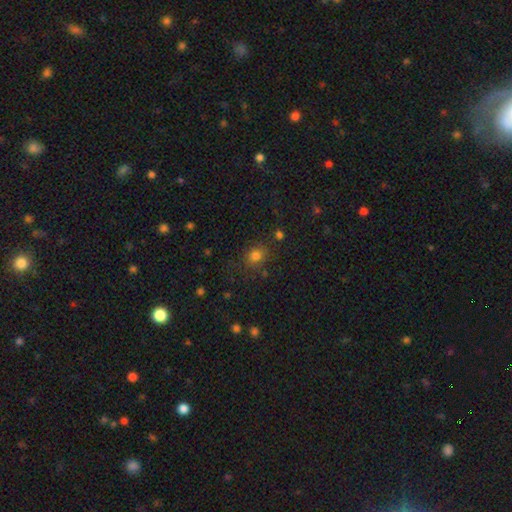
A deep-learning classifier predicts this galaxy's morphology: This appears to be a smooth galaxy with no disk features (78%) that is round (72%). Merging: none (79%).